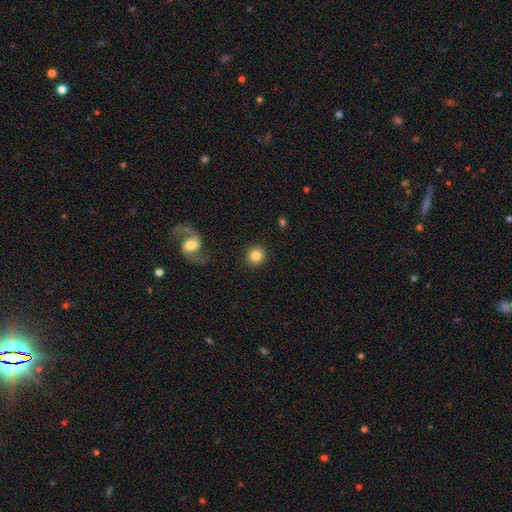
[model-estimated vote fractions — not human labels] A smooth galaxy with no disk features (83%) that is round (91%).

Vote fractions:
- Smooth or featured? smooth: 83% / star or artifact: 8% / featured or disk: 8%
- How rounded? round: 91% / in between: 8% / cigar-shaped: 1%
- Merging? none: 90% / minor disturbance: 6% / major disturbance: 3% / merger: 2%